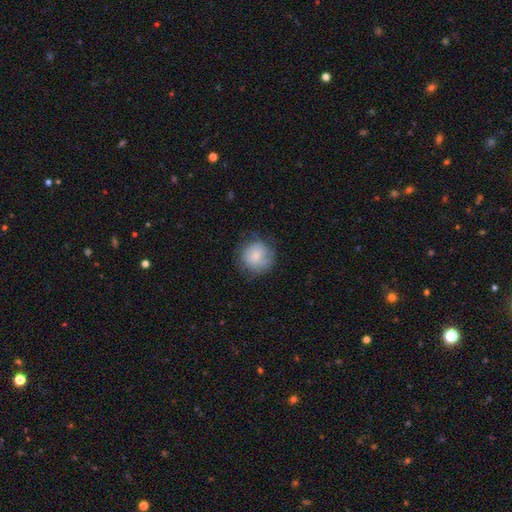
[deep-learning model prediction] Q: Smooth or featured?
A: smooth (73%); runner-up: featured or disk (19%)
Q: How rounded?
A: round (89%); runner-up: in between (10%)
Q: Merging?
A: none (68%); runner-up: minor disturbance (22%)